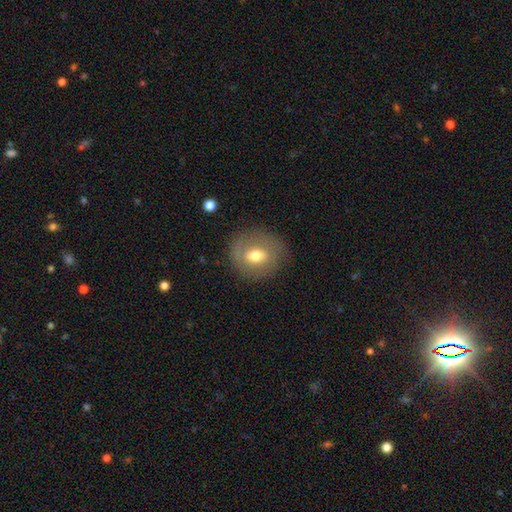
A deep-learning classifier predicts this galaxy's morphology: smooth_or_featured: smooth (p=0.58) [alt: featured or disk p=0.33]
how_rounded: round (p=0.72) [alt: in between p=0.27]
merging: none (p=0.80) [alt: minor disturbance p=0.13]